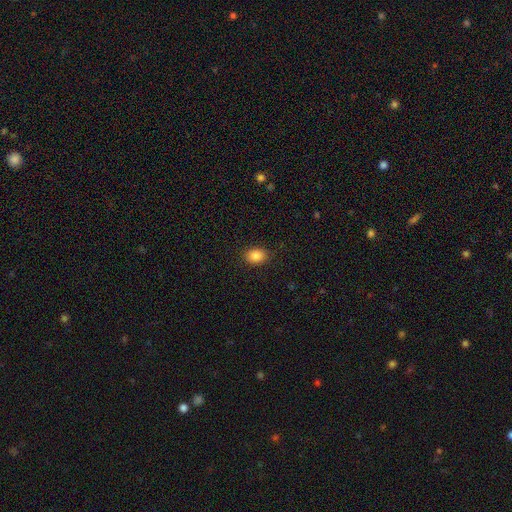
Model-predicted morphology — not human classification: Q: Smooth or featured?
A: smooth (86%); runner-up: star or artifact (9%)
Q: How rounded?
A: in between (66%); runner-up: round (33%)
Q: Merging?
A: none (87%); runner-up: minor disturbance (10%)